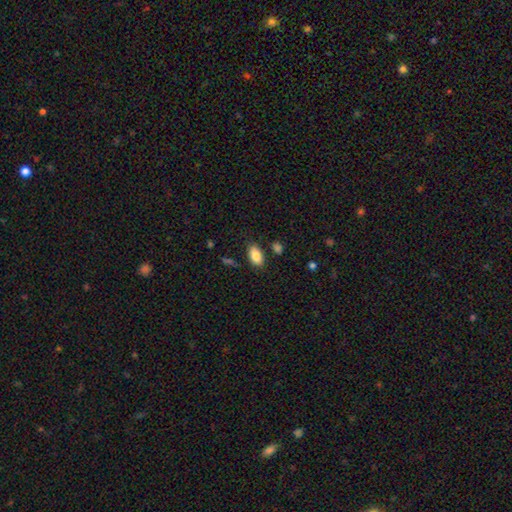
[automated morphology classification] A smooth galaxy with no disk features (86%) that is in between round and cigar-shaped (93%). Merging: none (80%).